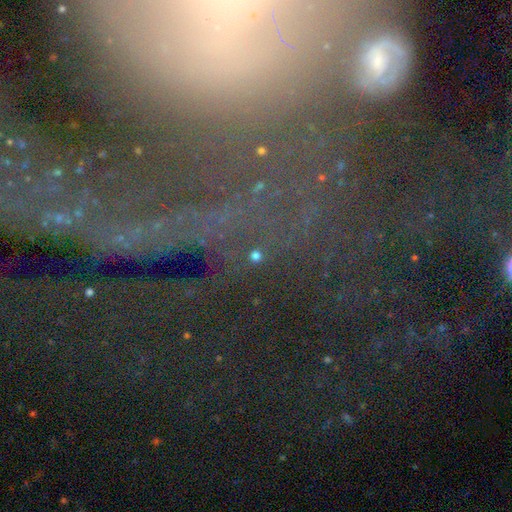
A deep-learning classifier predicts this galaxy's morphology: This is possibly a smooth galaxy (46%). Merging: likely none (77%).